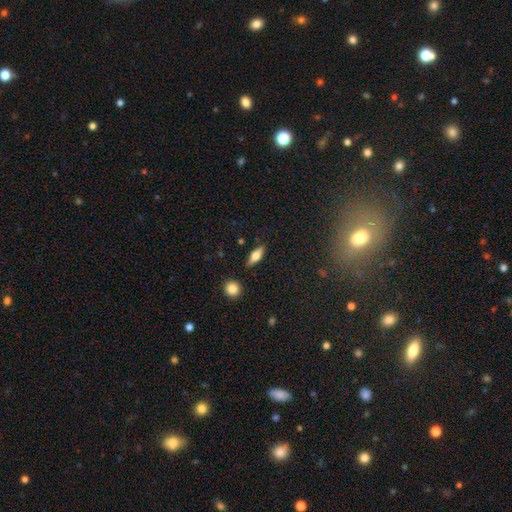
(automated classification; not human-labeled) Q: Smooth or featured?
A: smooth (61%); runner-up: featured or disk (32%)
Q: How rounded?
A: in between (58%); runner-up: cigar-shaped (37%)
Q: Merging?
A: none (86%); runner-up: minor disturbance (9%)